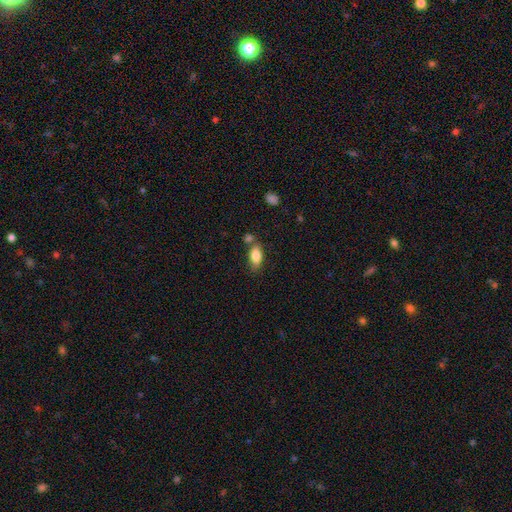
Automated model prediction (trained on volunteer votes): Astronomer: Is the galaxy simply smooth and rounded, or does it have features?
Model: smooth — 83%.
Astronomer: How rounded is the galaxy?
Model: in between — 88%.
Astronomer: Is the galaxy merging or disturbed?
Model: none — 62%.